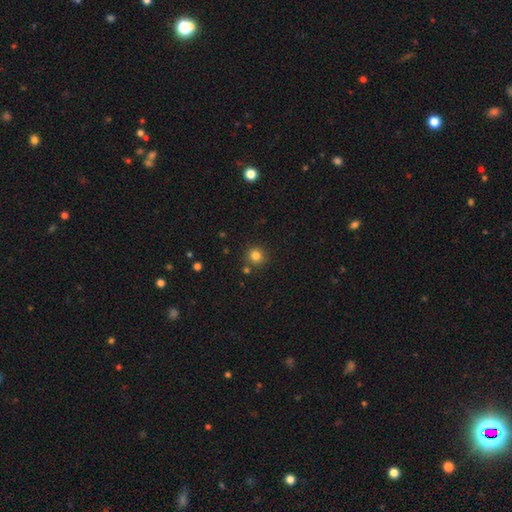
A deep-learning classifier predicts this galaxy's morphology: A smooth galaxy with no disk features (81%) that is round (92%).

Vote fractions:
- Smooth or featured? smooth: 81% / star or artifact: 13% / featured or disk: 6%
- How rounded? round: 92% / in between: 7% / cigar-shaped: 1%
- Merging? none: 83% / minor disturbance: 8% / merger: 6% / major disturbance: 2%